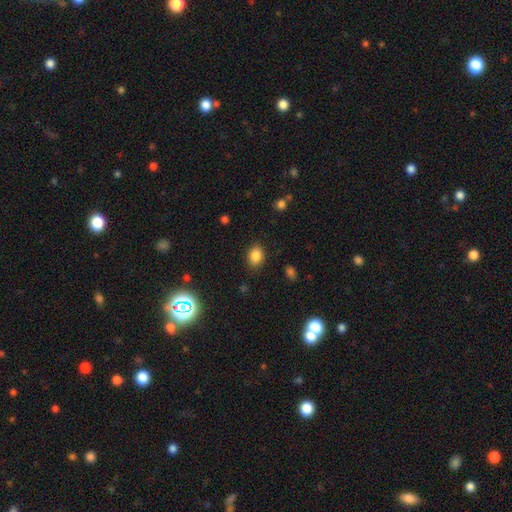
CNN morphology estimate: A smooth galaxy with no disk features (84%) that is in between round and cigar-shaped (69%). Merging: none (86%).